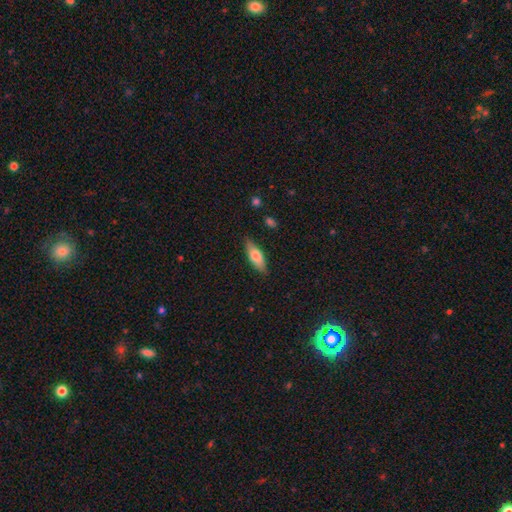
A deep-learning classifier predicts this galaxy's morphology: smooth-or-featured: smooth: 73% | featured or disk: 21% | star or artifact: 6%
  how-rounded: in between: 63% | cigar-shaped: 35% | round: 2%
  merging: none: 83% | minor disturbance: 13% | major disturbance: 2% | merger: 1%